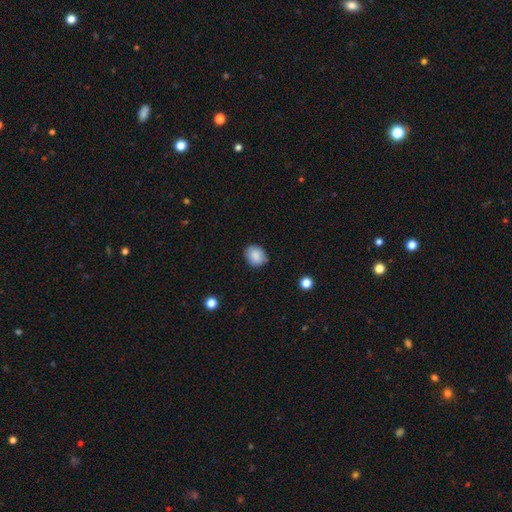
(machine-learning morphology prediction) A smooth galaxy with no disk features (86%) that is round (61%).

Vote fractions:
- Smooth or featured? smooth: 86% / star or artifact: 8% / featured or disk: 6%
- How rounded? round: 61% / in between: 38% / cigar-shaped: 1%
- Merging? none: 82% / minor disturbance: 14% / major disturbance: 3% / merger: 1%